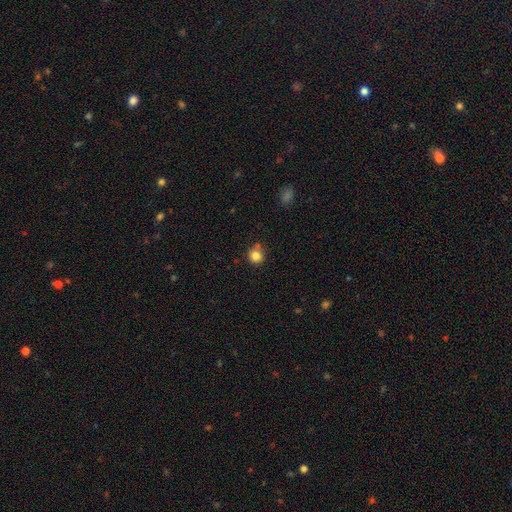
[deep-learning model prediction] A smooth galaxy with no disk features (83%) that is round (89%).

Vote fractions:
- Smooth or featured? smooth: 83% / star or artifact: 11% / featured or disk: 6%
- How rounded? round: 89% / in between: 10% / cigar-shaped: 1%
- Merging? none: 70% / minor disturbance: 17% / merger: 9% / major disturbance: 4%